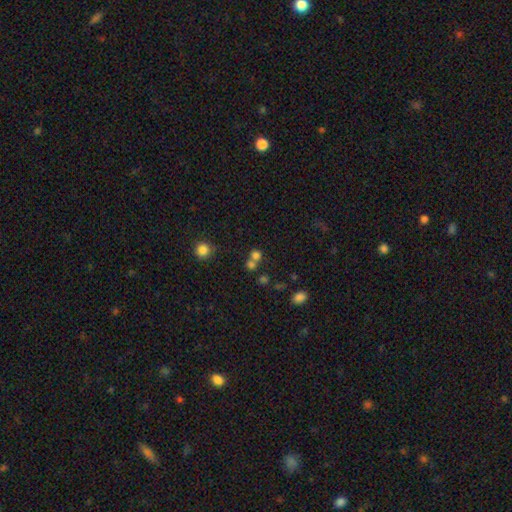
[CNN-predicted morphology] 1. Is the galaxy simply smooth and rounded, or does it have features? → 46% smooth, 43% star or artifact, 11% featured or disk.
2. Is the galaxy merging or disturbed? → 60% none, 24% merger, 9% minor disturbance, 6% major disturbance.